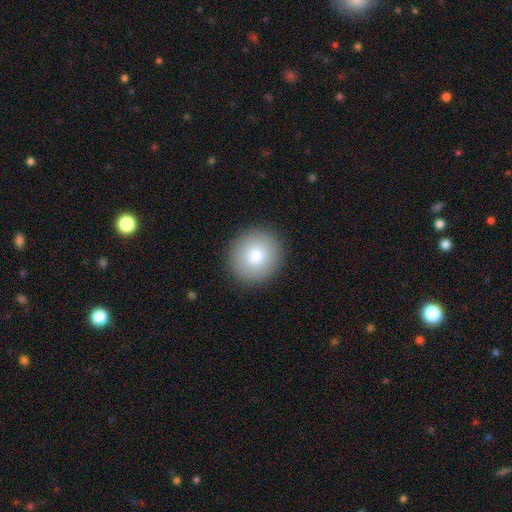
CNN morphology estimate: smooth-or-featured: smooth: 81% | featured or disk: 10% | star or artifact: 9%
  how-rounded: round: 91% | in between: 8% | cigar-shaped: 1%
  merging: none: 92% | minor disturbance: 5% | major disturbance: 2% | merger: 1%